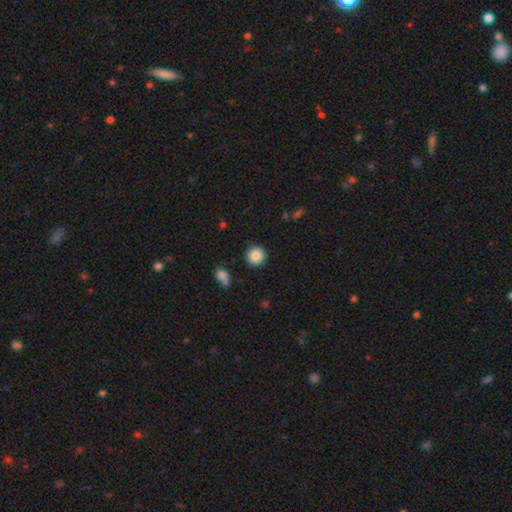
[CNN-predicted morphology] Smooth or featured? smooth (88%)
How rounded? round (94%)
Merging? none (90%)